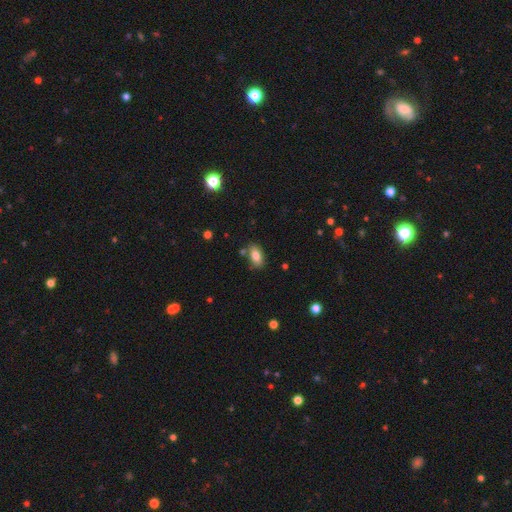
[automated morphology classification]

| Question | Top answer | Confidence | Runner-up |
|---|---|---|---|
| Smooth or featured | smooth | 81% | featured or disk (11%) |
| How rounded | in between | 90% | round (5%) |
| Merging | none | 77% | minor disturbance (14%) |